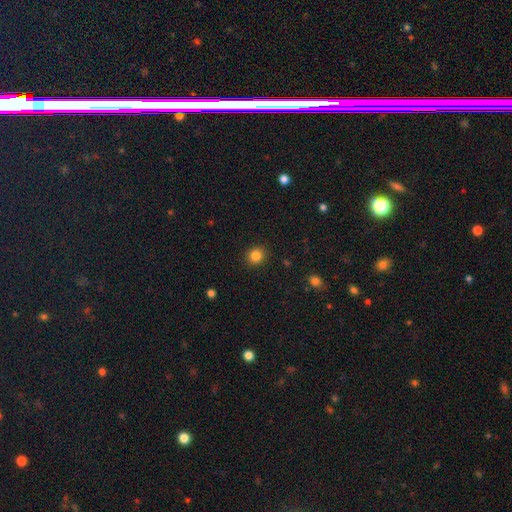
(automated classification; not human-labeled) Smooth or featured? smooth (84%)
How rounded? round (83%)
Merging? none (90%)